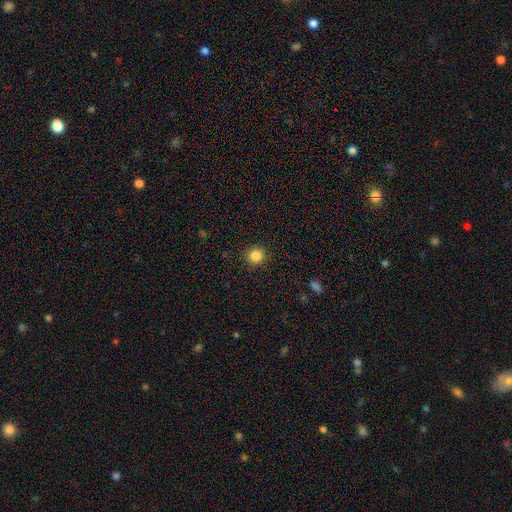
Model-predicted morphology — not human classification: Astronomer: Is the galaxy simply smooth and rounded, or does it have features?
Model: smooth — 85%.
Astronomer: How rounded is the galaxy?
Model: round — 94%.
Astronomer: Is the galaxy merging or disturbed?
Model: none — 92%.